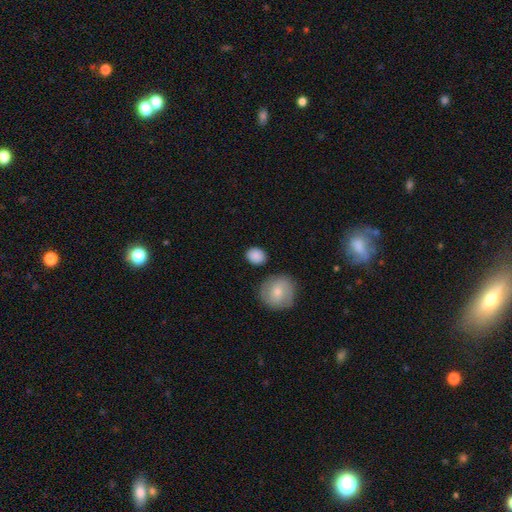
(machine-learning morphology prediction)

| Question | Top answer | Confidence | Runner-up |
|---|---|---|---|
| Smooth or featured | smooth | 87% | star or artifact (6%) |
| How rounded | round | 60% | in between (38%) |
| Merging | none | 82% | minor disturbance (10%) |